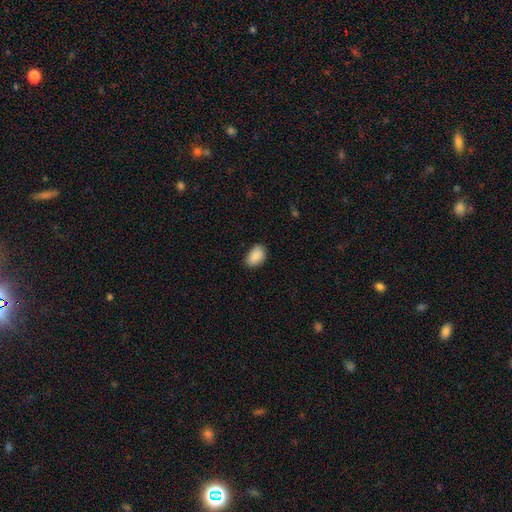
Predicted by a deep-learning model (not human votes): This appears to be a smooth galaxy with no disk features (89%) that is in between round and cigar-shaped (88%). Merging: none (79%).